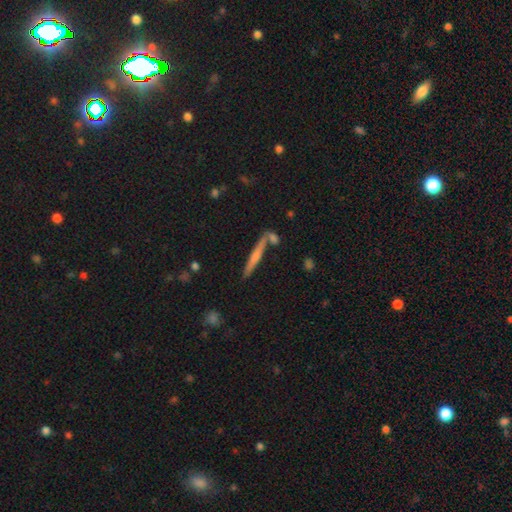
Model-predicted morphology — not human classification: Q: Smooth or featured?
A: featured or disk (48%); runner-up: smooth (45%)
Q: Merging?
A: none (80%); runner-up: merger (9%)